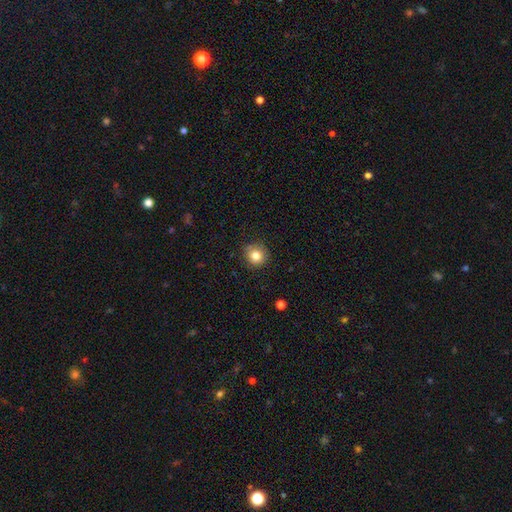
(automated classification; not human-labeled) smooth_or_featured: smooth (p=0.82) [alt: star or artifact p=0.11]
how_rounded: round (p=0.92) [alt: in between p=0.07]
merging: none (p=0.86) [alt: minor disturbance p=0.10]